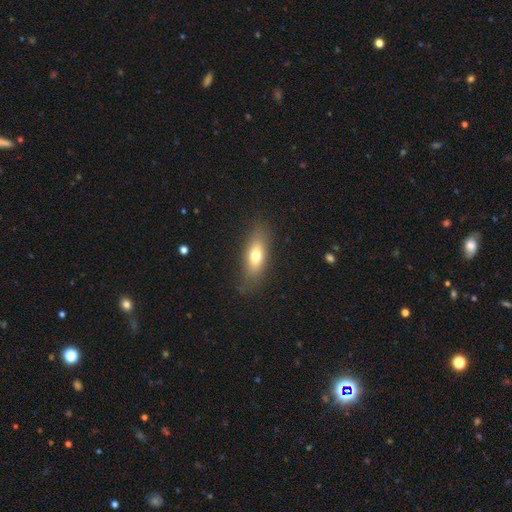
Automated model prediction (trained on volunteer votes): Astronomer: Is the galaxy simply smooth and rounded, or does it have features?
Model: smooth — 69%.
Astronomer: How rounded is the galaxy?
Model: in between — 65%.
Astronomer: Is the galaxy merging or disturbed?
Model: none — 81%.